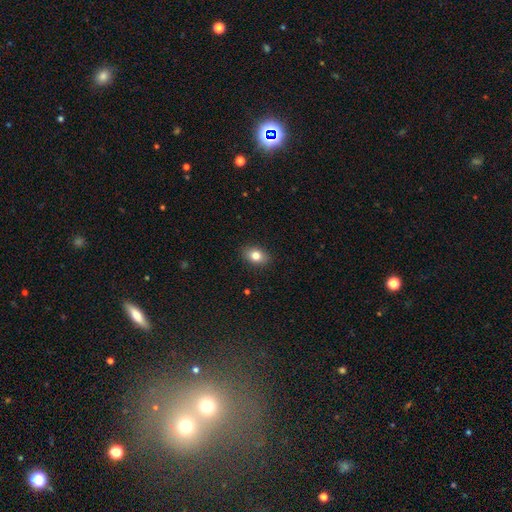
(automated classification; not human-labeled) A smooth galaxy with no disk features (81%) that is in between round and cigar-shaped (76%).

Vote fractions:
- Smooth or featured? smooth: 81% / featured or disk: 10% / star or artifact: 9%
- How rounded? in between: 76% / round: 22% / cigar-shaped: 2%
- Merging? none: 88% / minor disturbance: 9% / major disturbance: 2% / merger: 1%